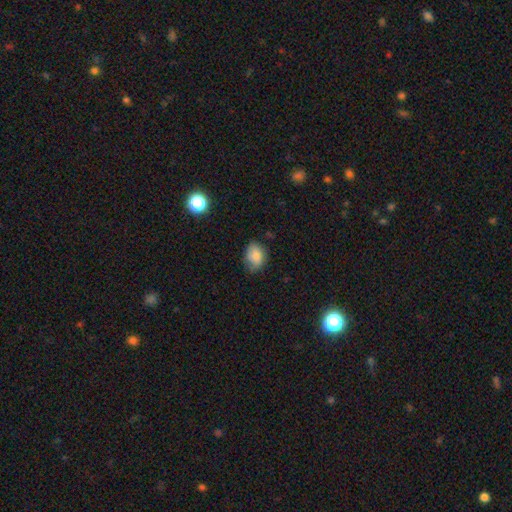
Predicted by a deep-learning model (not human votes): smooth 78%, featured or disk 13%, star or artifact 9%. Down the decision tree: how rounded — in between (66%); merging — none (64%).